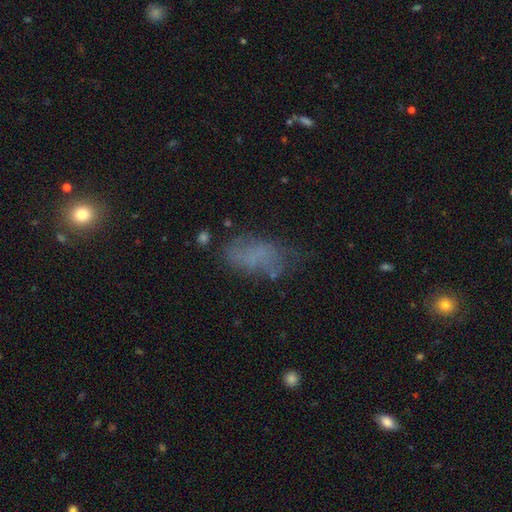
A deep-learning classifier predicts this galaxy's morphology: This appears to be a smooth galaxy with no disk features (55%) that is in between round and cigar-shaped (89%). Merging: none (54%).